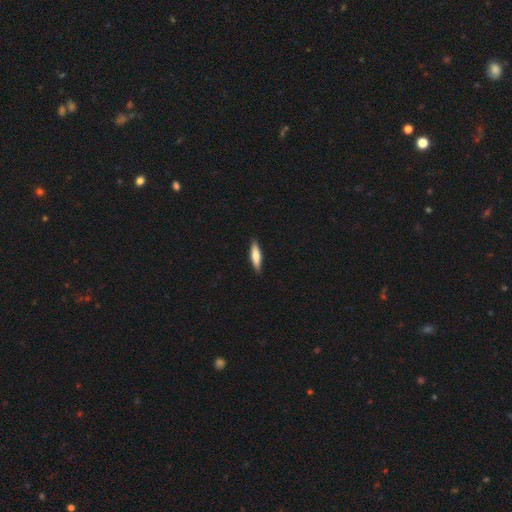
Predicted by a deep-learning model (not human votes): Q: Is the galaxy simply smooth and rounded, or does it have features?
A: smooth — 70%.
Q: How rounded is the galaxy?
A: cigar-shaped — 73%.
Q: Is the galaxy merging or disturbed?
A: none — 89%.